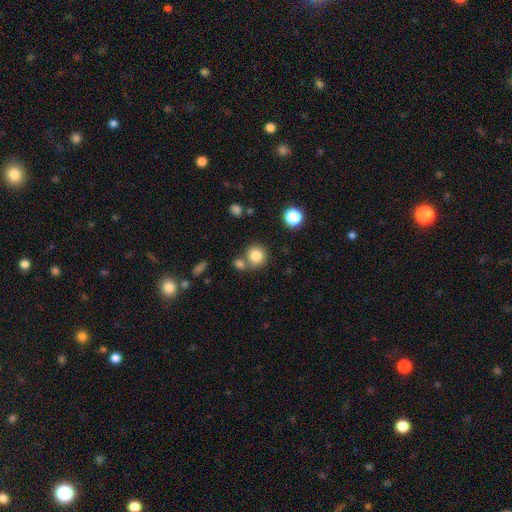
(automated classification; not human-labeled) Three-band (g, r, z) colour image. It shows a smooth galaxy with no disk features (82%) that is round (88%). Merging: none (66%).